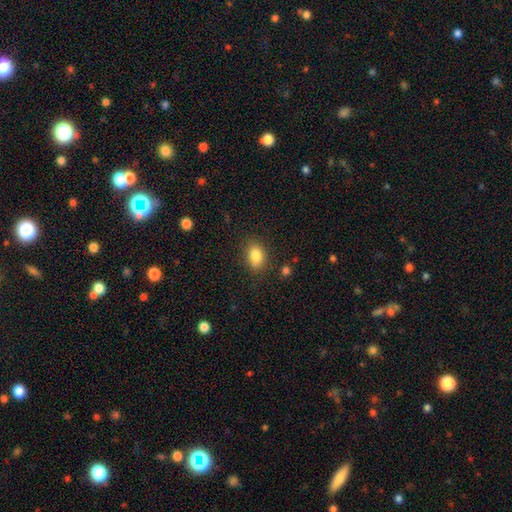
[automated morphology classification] smooth-or-featured: smooth: 83% | star or artifact: 9% | featured or disk: 8%
  how-rounded: in between: 77% | round: 22% | cigar-shaped: 2%
  merging: none: 82% | minor disturbance: 12% | major disturbance: 3% | merger: 2%